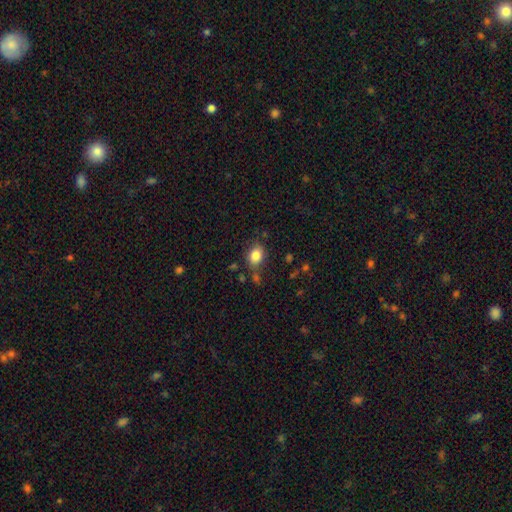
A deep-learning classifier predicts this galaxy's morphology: This is clearly a smooth galaxy (84%). How rounded: likely in between (62%). Merging: likely none (73%).